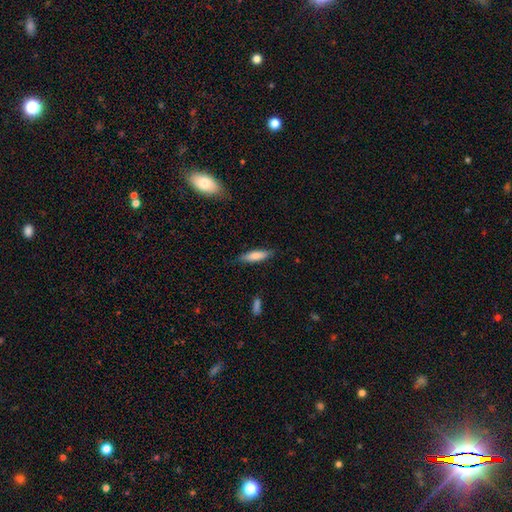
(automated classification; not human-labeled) Morphology: type=smooth (78%); roundness=cigar-shaped (67%); merging=none (83%).